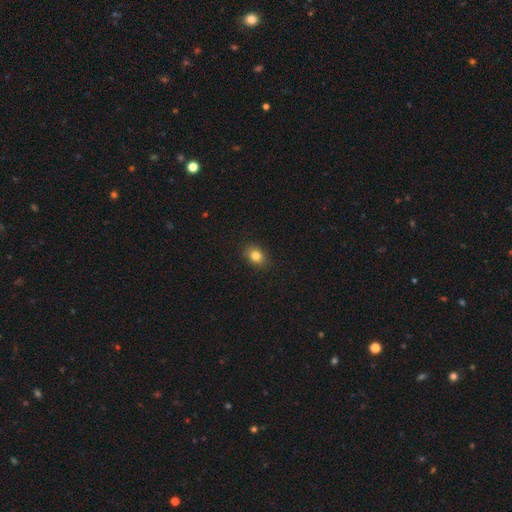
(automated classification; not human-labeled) smooth-or-featured: smooth: 83% | star or artifact: 10% | featured or disk: 7%
  how-rounded: in between: 67% | round: 32% | cigar-shaped: 1%
  merging: none: 89% | minor disturbance: 8% | major disturbance: 2% | merger: 1%